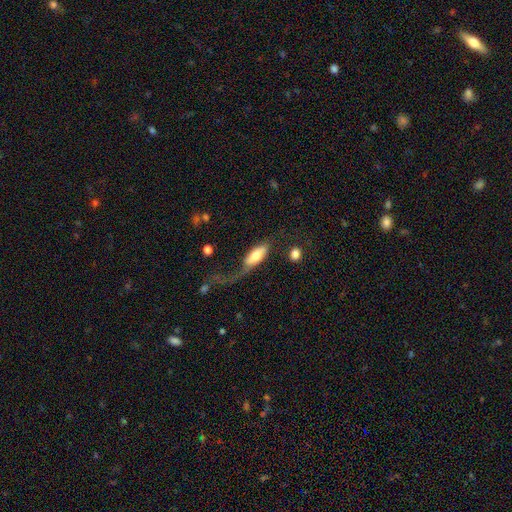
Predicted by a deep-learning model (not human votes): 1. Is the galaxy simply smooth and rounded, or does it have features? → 62% smooth, 32% featured or disk, 6% star or artifact.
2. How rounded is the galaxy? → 79% in between, 18% cigar-shaped, 3% round.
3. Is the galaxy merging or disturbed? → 47% major disturbance, 27% none, 20% minor disturbance, 7% merger.